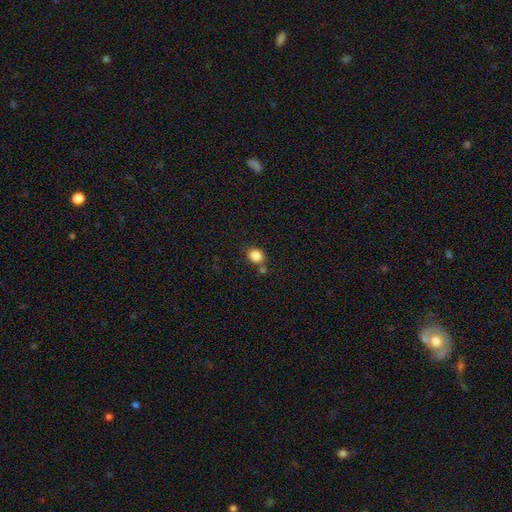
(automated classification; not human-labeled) smooth 85%, star or artifact 11%, featured or disk 5%. Down the decision tree: how rounded — round (66%); merging — none (73%).